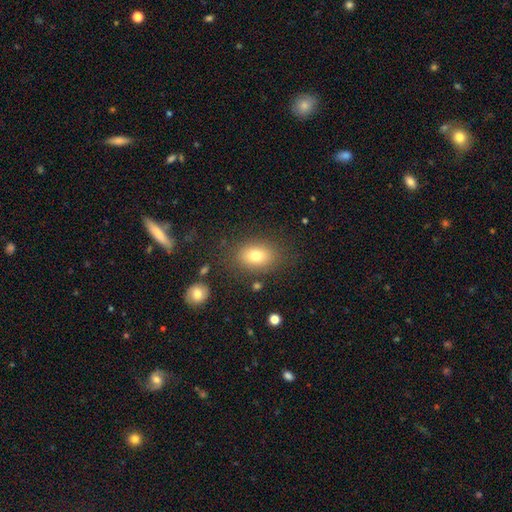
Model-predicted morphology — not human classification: type=smooth (76%); roundness=in between (73%); merging=none (80%).